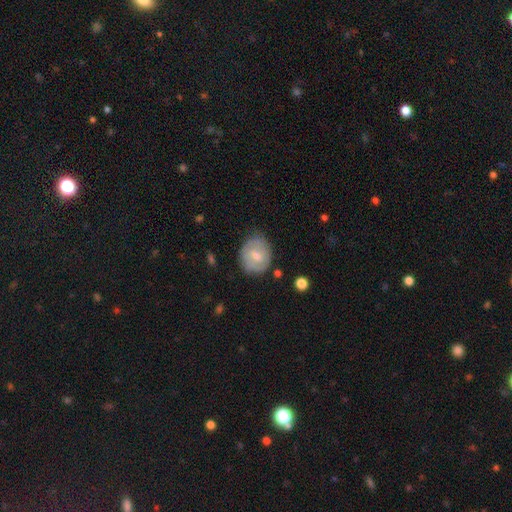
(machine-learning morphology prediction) This appears to be a smooth galaxy with no disk features (51%) that is round (65%). Merging: none (70%).